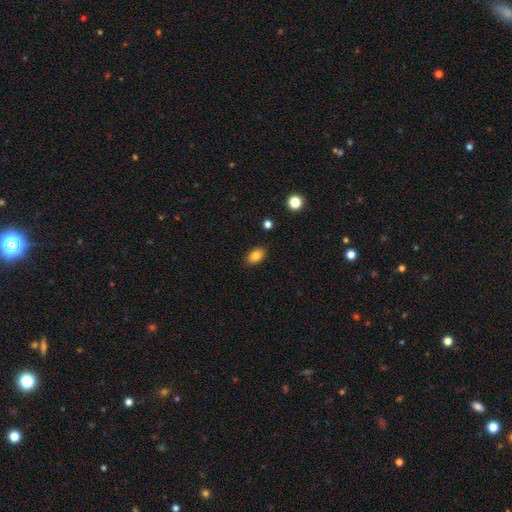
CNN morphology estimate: smooth-or-featured: smooth: 83% | star or artifact: 9% | featured or disk: 8%
  how-rounded: in between: 86% | round: 13% | cigar-shaped: 1%
  merging: none: 87% | minor disturbance: 9% | major disturbance: 2% | merger: 1%